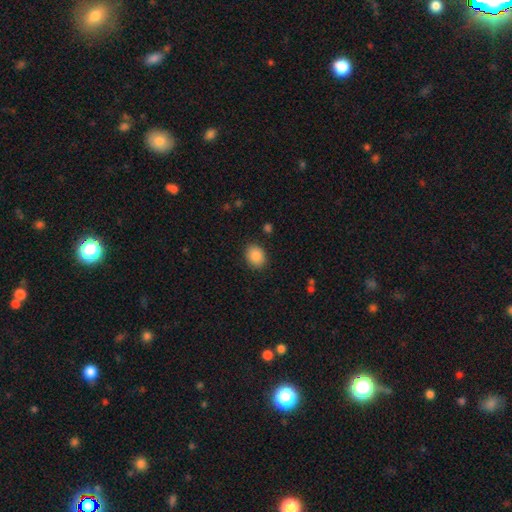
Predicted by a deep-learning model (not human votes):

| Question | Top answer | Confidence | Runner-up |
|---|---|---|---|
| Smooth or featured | smooth | 87% | star or artifact (8%) |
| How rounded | in between | 50% | round (49%) |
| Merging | none | 88% | minor disturbance (8%) |